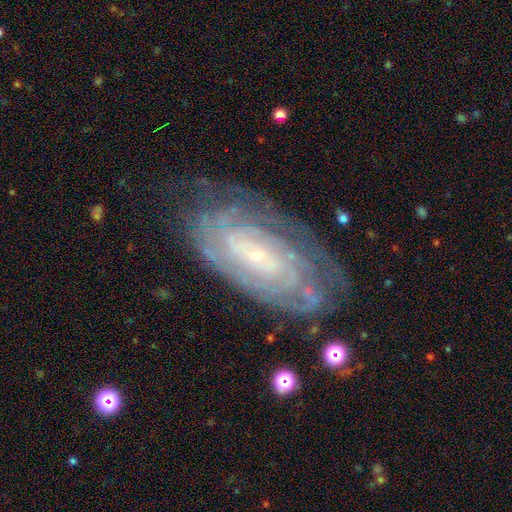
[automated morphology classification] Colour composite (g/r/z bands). It shows a featured or disk galaxy (85%) with no bar (64%), tight (81%) spiral arms (96%) and a small central bulge (85%). Merging: none (73%).